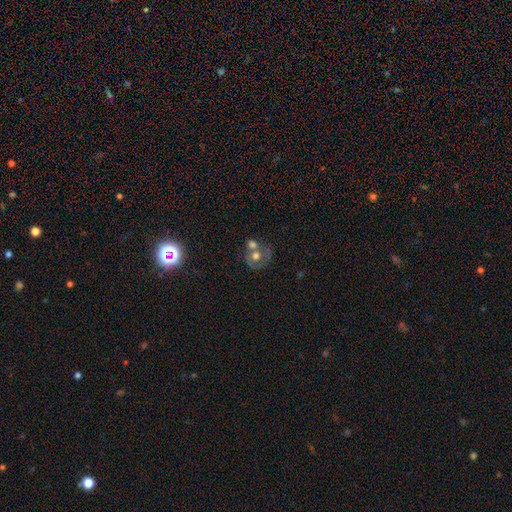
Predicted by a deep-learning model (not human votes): Smooth or featured?
  - featured or disk: 46% *
  - smooth: 45%
  - star or artifact: 9%
Merging?
  - merger: 48% *
  - none: 31%
  - minor disturbance: 12%
  - major disturbance: 10%